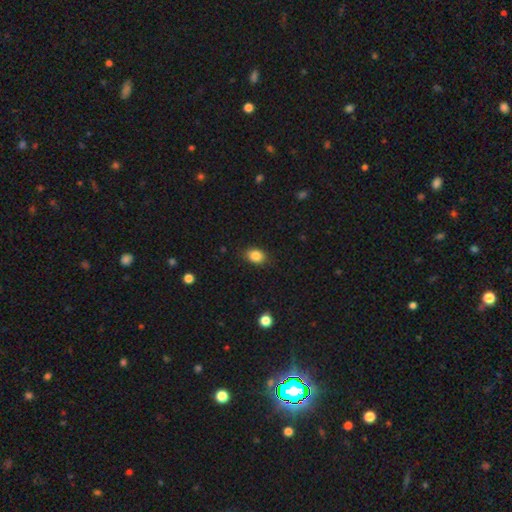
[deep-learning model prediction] Q: Smooth or featured?
A: smooth (86%); runner-up: star or artifact (10%)
Q: How rounded?
A: in between (63%); runner-up: round (36%)
Q: Merging?
A: none (85%); runner-up: minor disturbance (12%)